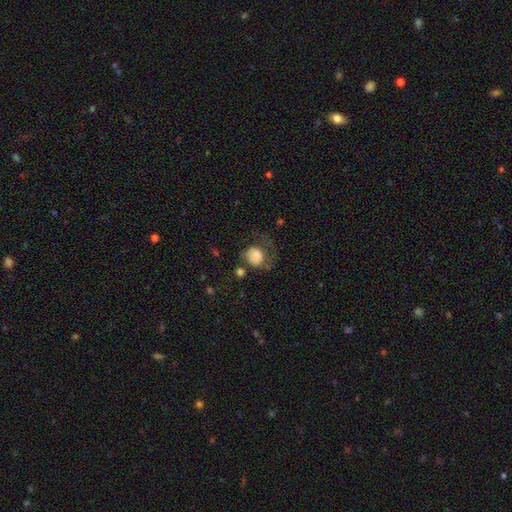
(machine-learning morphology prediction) Overall: smooth (76%). How rounded: round (76%). Merging: none (39%; major disturbance 33%).